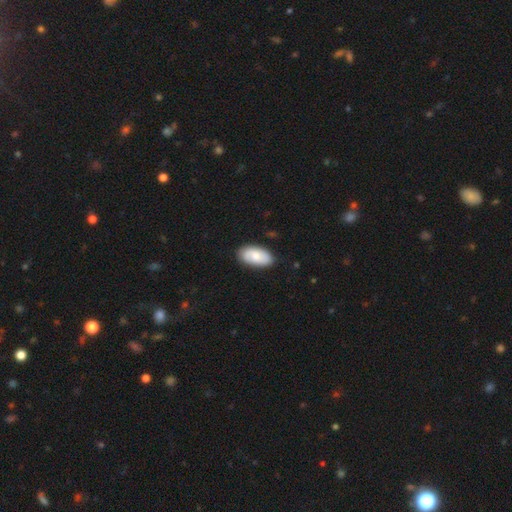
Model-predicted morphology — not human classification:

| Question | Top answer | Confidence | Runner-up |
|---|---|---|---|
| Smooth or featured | smooth | 70% | featured or disk (24%) |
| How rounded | in between | 95% | round (3%) |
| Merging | none | 82% | minor disturbance (14%) |